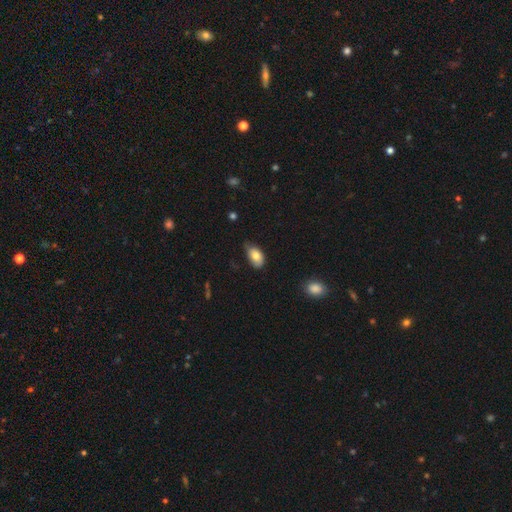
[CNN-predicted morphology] Smooth or featured?
  - smooth: 79% *
  - featured or disk: 14%
  - star or artifact: 8%
How rounded?
  - in between: 91% *
  - round: 7%
  - cigar-shaped: 2%
Merging?
  - none: 49% *
  - minor disturbance: 41%
  - major disturbance: 8%
  - merger: 2%